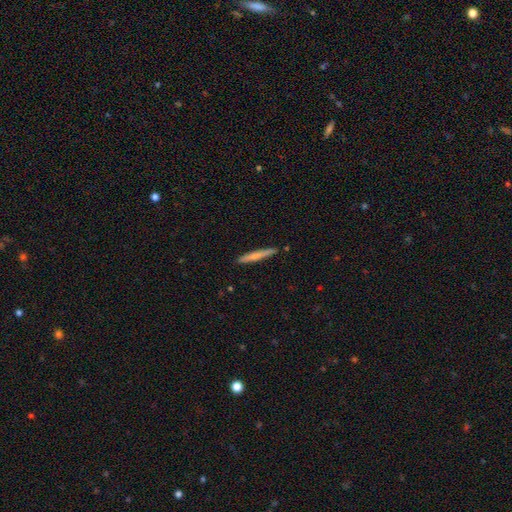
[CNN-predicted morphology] smooth 66%, featured or disk 29%, star or artifact 6%. Down the decision tree: how rounded — cigar-shaped (96%); merging — none (90%).